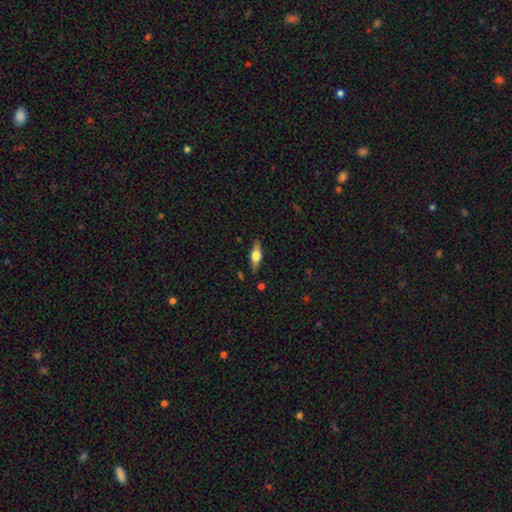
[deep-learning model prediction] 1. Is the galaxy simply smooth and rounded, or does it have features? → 58% featured or disk, 35% smooth, 7% star or artifact.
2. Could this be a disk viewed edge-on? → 94% yes, 6% no.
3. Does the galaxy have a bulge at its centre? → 92% rounded, 7% boxy, 2% none.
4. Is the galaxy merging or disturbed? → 85% none, 11% minor disturbance, 2% major disturbance, 2% merger.